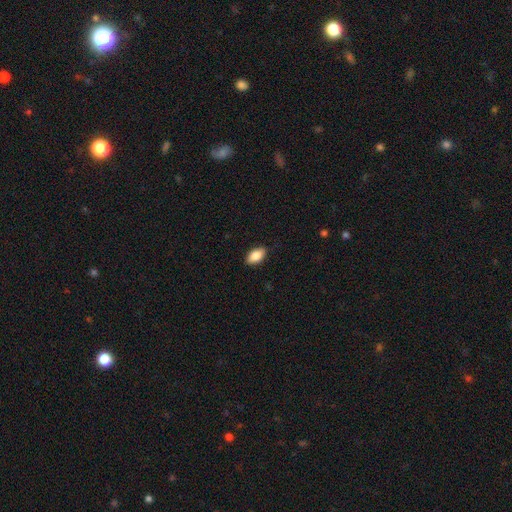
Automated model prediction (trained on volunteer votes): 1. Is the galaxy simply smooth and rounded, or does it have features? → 85% smooth, 8% featured or disk, 7% star or artifact.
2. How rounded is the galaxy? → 92% in between, 4% round, 4% cigar-shaped.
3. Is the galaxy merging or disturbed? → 86% none, 11% minor disturbance, 2% major disturbance, 1% merger.